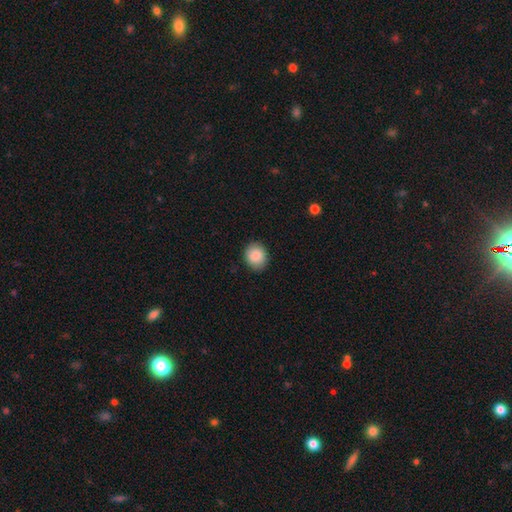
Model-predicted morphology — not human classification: smooth_or_featured: smooth (p=0.88) [alt: star or artifact p=0.08]
how_rounded: round (p=0.71) [alt: in between p=0.28]
merging: none (p=0.88) [alt: minor disturbance p=0.09]